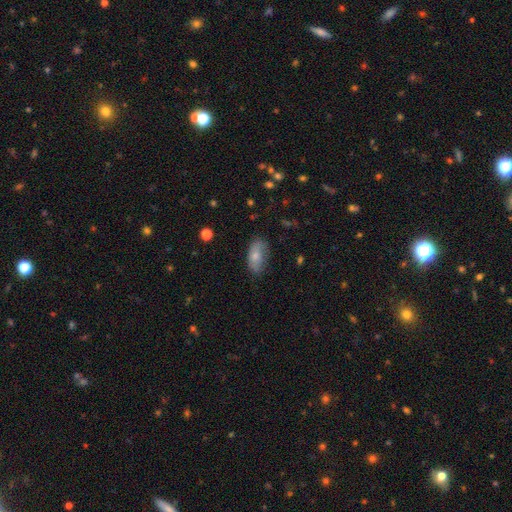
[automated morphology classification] This is likely a smooth galaxy (74%). How rounded: clearly in between (91%). Merging: likely none (66%).